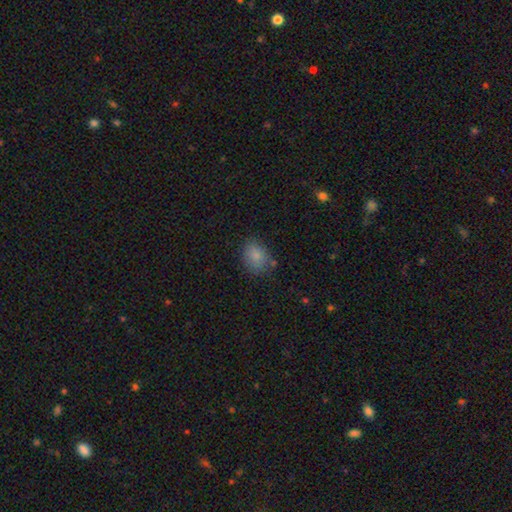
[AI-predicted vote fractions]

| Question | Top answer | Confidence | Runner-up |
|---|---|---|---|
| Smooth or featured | smooth | 83% | star or artifact (10%) |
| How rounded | in between | 55% | round (44%) |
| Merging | none | 72% | minor disturbance (19%) |